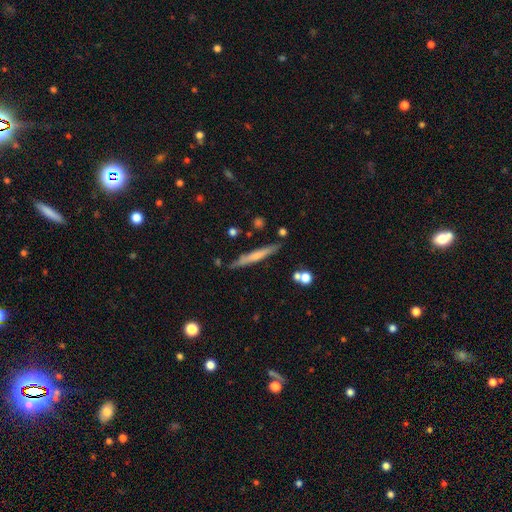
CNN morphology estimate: Smooth or featured? Predicted: smooth (p=0.50). How rounded? Predicted: cigar-shaped (p=0.94). Merging? Predicted: none (p=0.83).